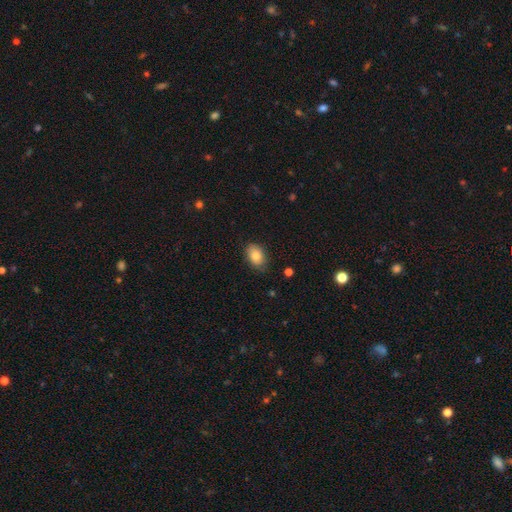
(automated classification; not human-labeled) The model was most divided on "merging": none: 79%, minor disturbance: 17%, major disturbance: 3%, merger: 1%. More confident: how rounded — in between (84%); smooth or featured — smooth (83%).